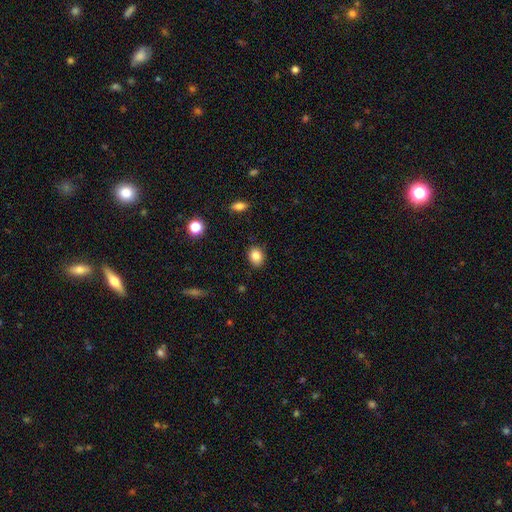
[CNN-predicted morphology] A smooth galaxy with no disk features (84%) that is in between round and cigar-shaped (51%). Merging: none (86%).